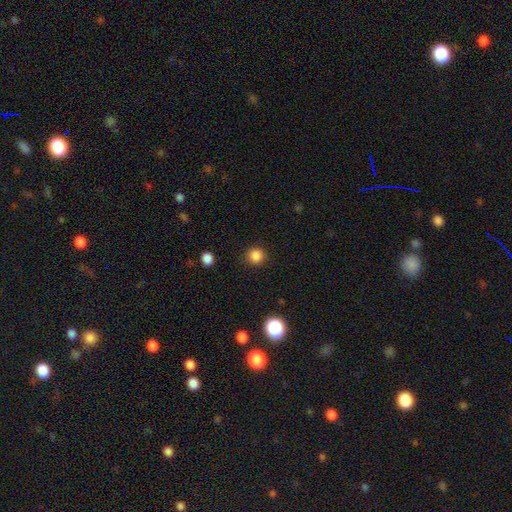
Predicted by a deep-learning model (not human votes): This is clearly a smooth galaxy (85%). How rounded: clearly round (92%). Merging: clearly none (90%).